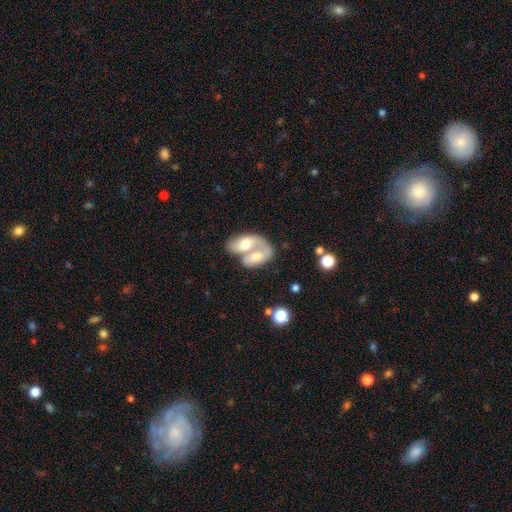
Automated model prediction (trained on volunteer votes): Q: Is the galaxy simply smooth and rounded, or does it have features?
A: featured or disk — 47%.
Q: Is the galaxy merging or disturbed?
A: merger — 82%.